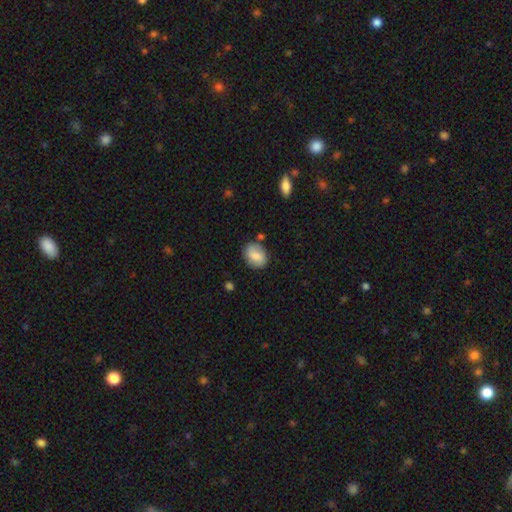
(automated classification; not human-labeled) Q: Smooth or featured?
A: smooth (76%); runner-up: featured or disk (17%)
Q: How rounded?
A: in between (62%); runner-up: round (36%)
Q: Merging?
A: none (76%); runner-up: minor disturbance (16%)